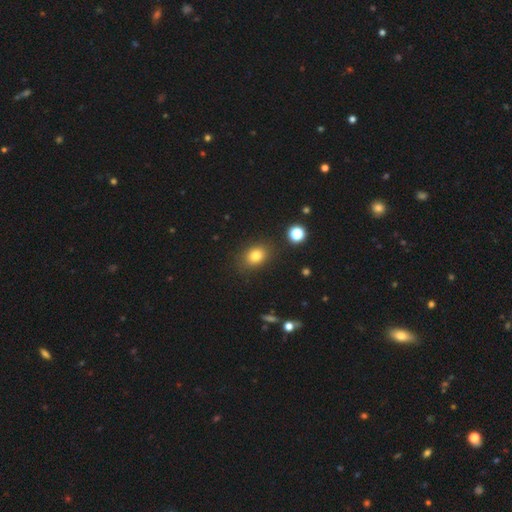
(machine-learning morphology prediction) The model was most divided on "how rounded": in between: 63%, round: 35%, cigar-shaped: 1%. More confident: merging — none (83%); smooth or featured — smooth (80%).